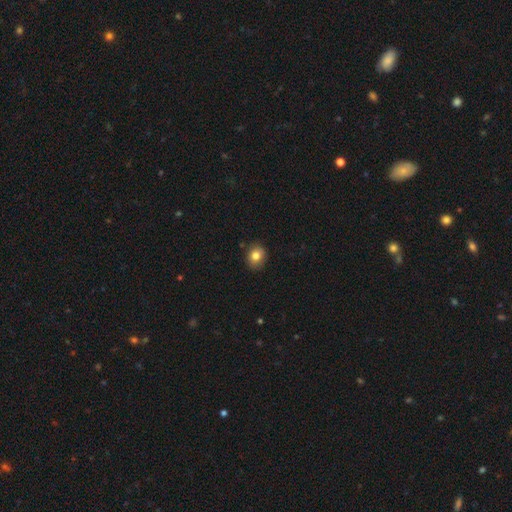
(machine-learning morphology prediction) This is clearly a smooth galaxy (81%). How rounded: likely round (63%). Merging: clearly none (85%).